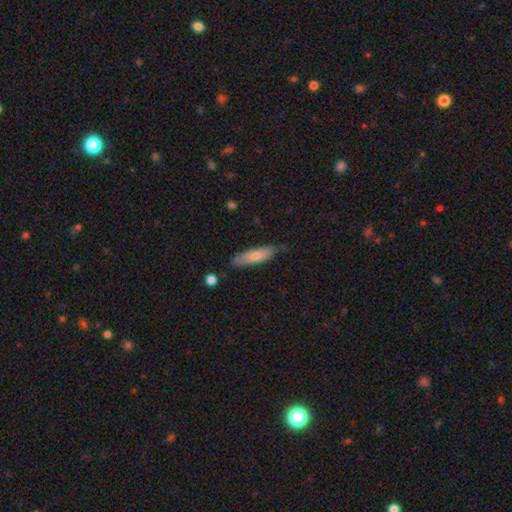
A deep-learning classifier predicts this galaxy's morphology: Smooth or featured?
  - smooth: 68% *
  - featured or disk: 26%
  - star or artifact: 6%
How rounded?
  - cigar-shaped: 70% *
  - in between: 29%
  - round: 2%
Merging?
  - none: 75% *
  - minor disturbance: 20%
  - major disturbance: 3%
  - merger: 2%